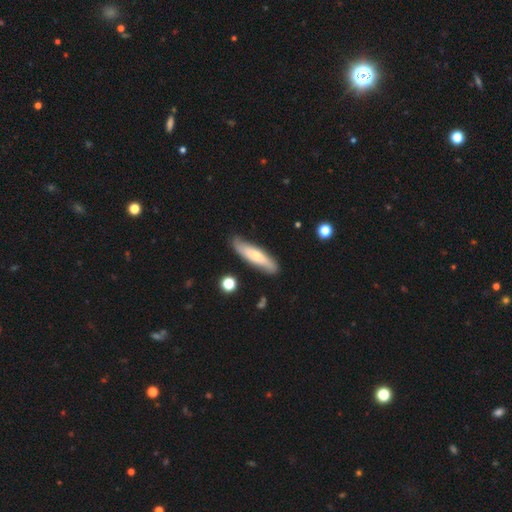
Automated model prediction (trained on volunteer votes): A smooth galaxy with no disk features (52%) that is cigar-shaped (72%). Merging: none (80%).